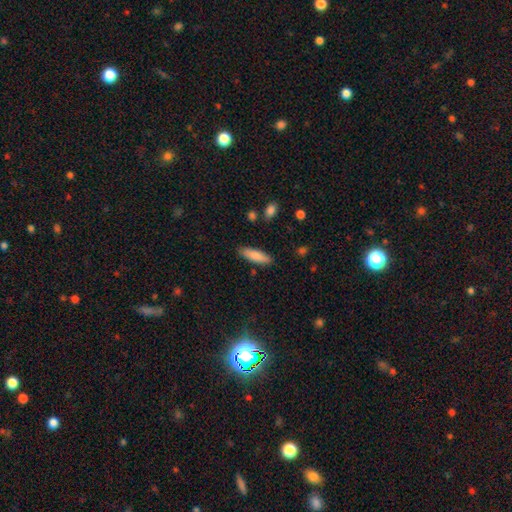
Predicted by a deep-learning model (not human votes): This is clearly a smooth galaxy (84%). How rounded: possibly cigar-shaped (54%). Merging: clearly none (86%).